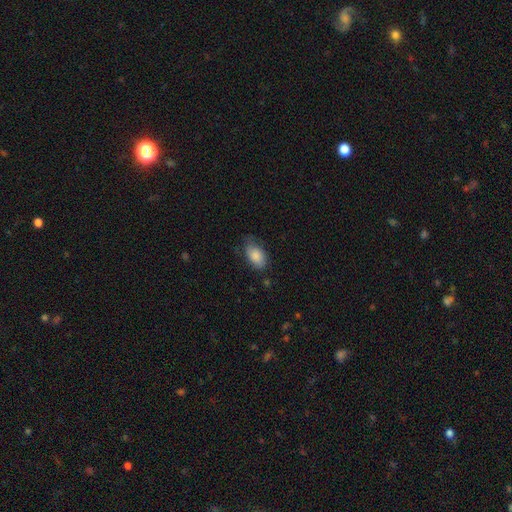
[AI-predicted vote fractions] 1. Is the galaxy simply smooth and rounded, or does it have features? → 85% smooth, 8% featured or disk, 6% star or artifact.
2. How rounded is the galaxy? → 92% in between, 6% round, 2% cigar-shaped.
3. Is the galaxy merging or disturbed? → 65% none, 27% minor disturbance, 7% major disturbance, 1% merger.